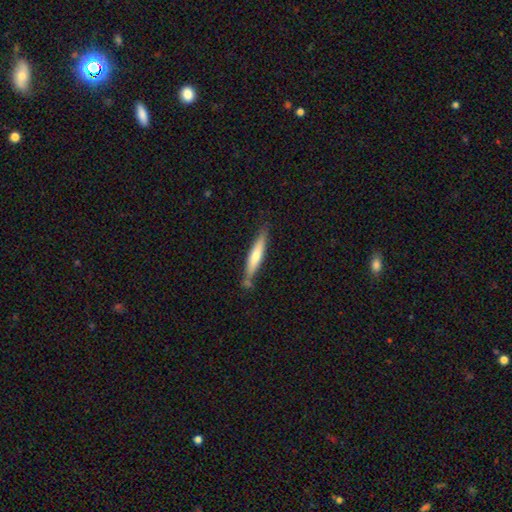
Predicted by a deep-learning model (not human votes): Smooth or featured: smooth — 55% (featured or disk — 40%)
How rounded: cigar-shaped — 90% (in between — 9%)
Merging: none — 75% (minor disturbance — 16%)